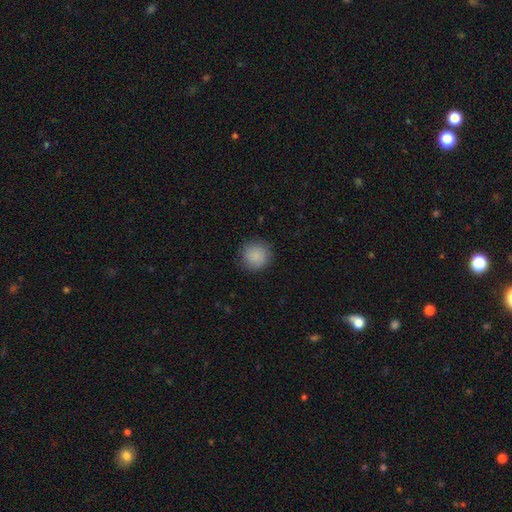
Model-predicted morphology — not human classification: A smooth galaxy with no disk features (88%) that is round (93%). Merging: none (87%).